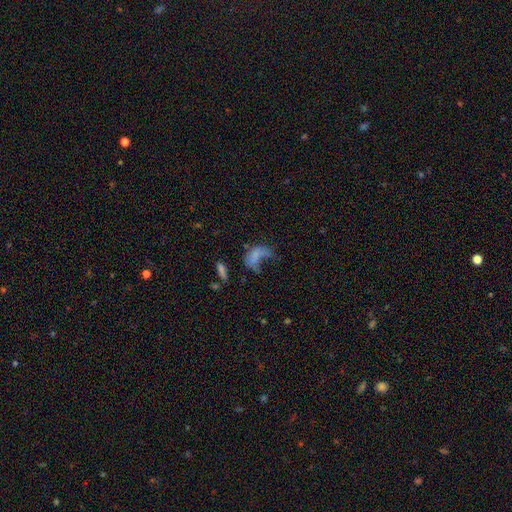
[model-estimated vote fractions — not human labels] Smooth or featured?
  - smooth: 57% *
  - featured or disk: 29%
  - star or artifact: 15%
How rounded?
  - in between: 85% *
  - round: 10%
  - cigar-shaped: 4%
Merging?
  - major disturbance: 50% *
  - none: 21%
  - minor disturbance: 16%
  - merger: 13%